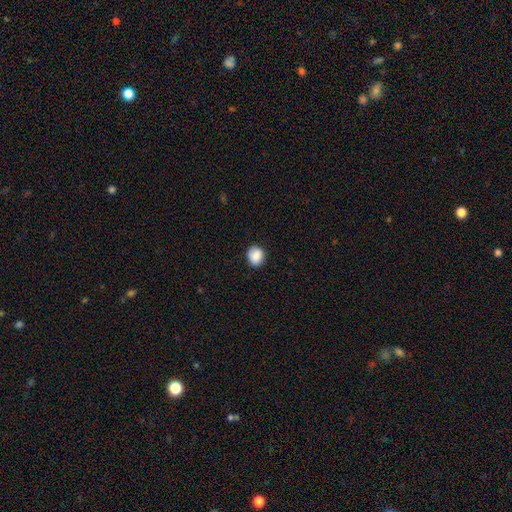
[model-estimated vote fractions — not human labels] smooth_or_featured: smooth (p=0.86) [alt: star or artifact p=0.08]
how_rounded: round (p=0.72) [alt: in between p=0.27]
merging: none (p=0.86) [alt: minor disturbance p=0.11]